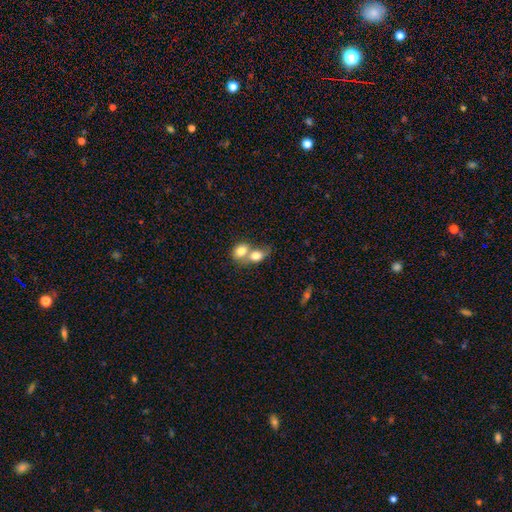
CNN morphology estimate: A smooth galaxy with no disk features (76%) that is in between round and cigar-shaped (59%).

Vote fractions:
- Smooth or featured? smooth: 76% / featured or disk: 16% / star or artifact: 8%
- How rounded? in between: 59% / round: 39% / cigar-shaped: 2%
- Merging? merger: 75% / none: 16% / minor disturbance: 5% / major disturbance: 3%